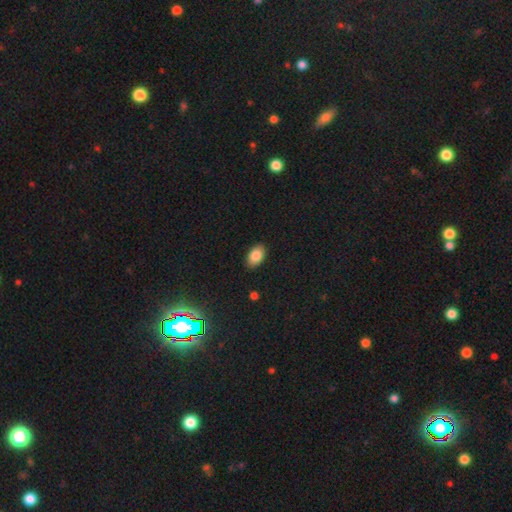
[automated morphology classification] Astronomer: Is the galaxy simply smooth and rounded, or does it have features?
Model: smooth — 85%.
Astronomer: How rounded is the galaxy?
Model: in between — 91%.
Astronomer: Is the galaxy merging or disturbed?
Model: none — 88%.